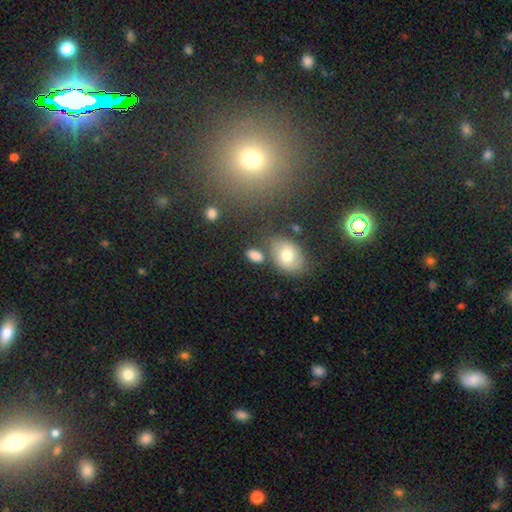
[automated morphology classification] Smooth or featured? smooth (76%)
How rounded? in between (77%)
Merging? none (66%)